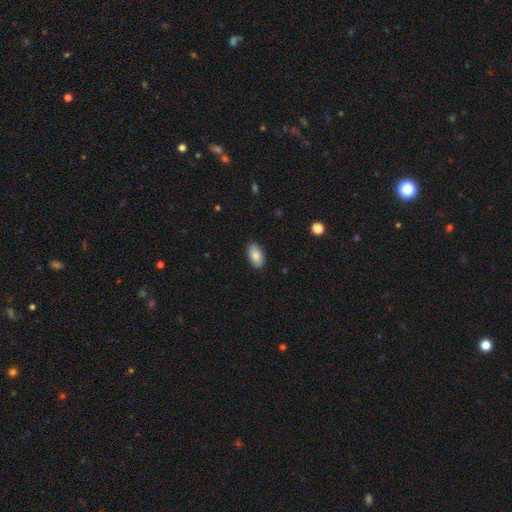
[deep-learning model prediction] The model was most divided on "smooth or featured": smooth: 84%, featured or disk: 10%, star or artifact: 7%. More confident: how rounded — in between (94%); merging — none (88%).